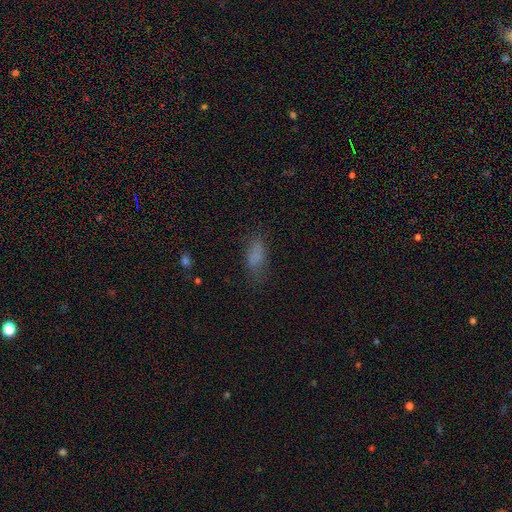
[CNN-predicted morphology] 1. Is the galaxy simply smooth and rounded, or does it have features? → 75% smooth, 14% star or artifact, 11% featured or disk.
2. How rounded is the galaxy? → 82% in between, 14% cigar-shaped, 4% round.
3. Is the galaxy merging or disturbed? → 60% none, 24% minor disturbance, 13% major disturbance, 2% merger.